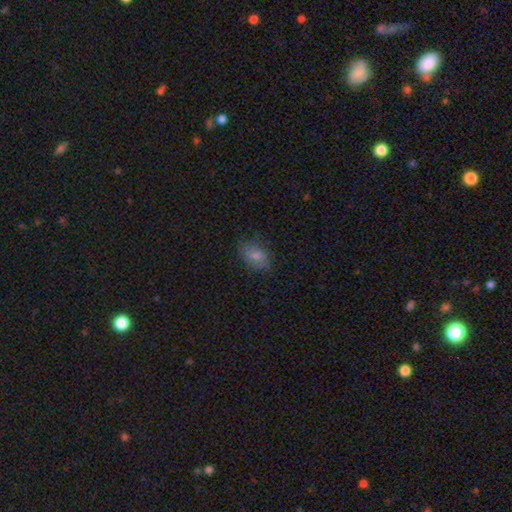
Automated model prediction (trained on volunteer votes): Smooth or featured?
  - smooth: 78% *
  - featured or disk: 13%
  - star or artifact: 9%
How rounded?
  - in between: 85% *
  - round: 13%
  - cigar-shaped: 2%
Merging?
  - none: 74% *
  - minor disturbance: 20%
  - major disturbance: 5%
  - merger: 1%